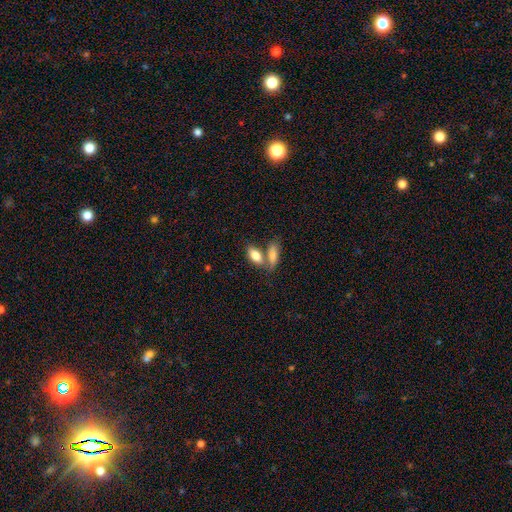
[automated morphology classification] smooth_or_featured: smooth (p=0.81) [alt: featured or disk p=0.13]
how_rounded: in between (p=0.87) [alt: cigar-shaped p=0.10]
merging: merger (p=0.46) [alt: none p=0.42]